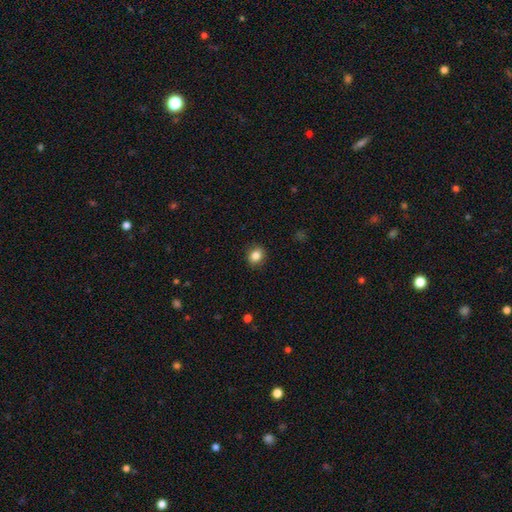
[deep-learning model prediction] The model was most divided on "how rounded": round: 67%, in between: 32%, cigar-shaped: 1%. More confident: merging — none (89%); smooth or featured — smooth (84%).